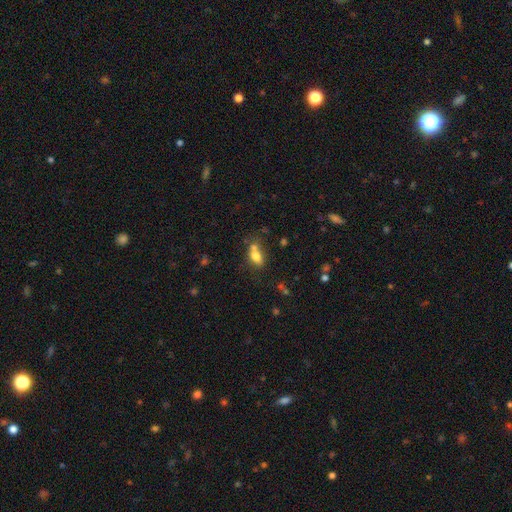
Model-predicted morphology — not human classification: Smooth or featured? smooth (76%)
How rounded? in between (80%)
Merging? none (41%)